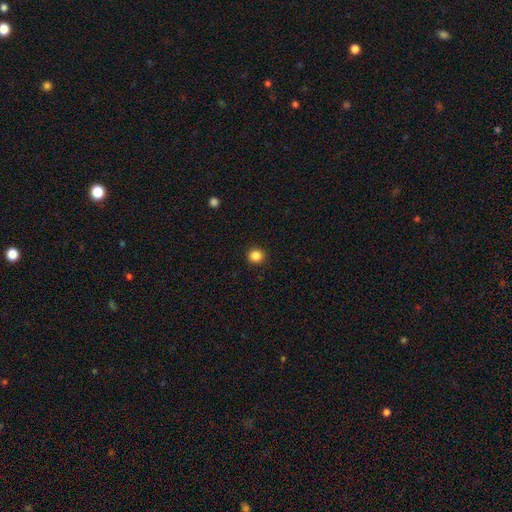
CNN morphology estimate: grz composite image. It shows a smooth galaxy with no disk features (86%) that is round (91%). Merging: none (92%).